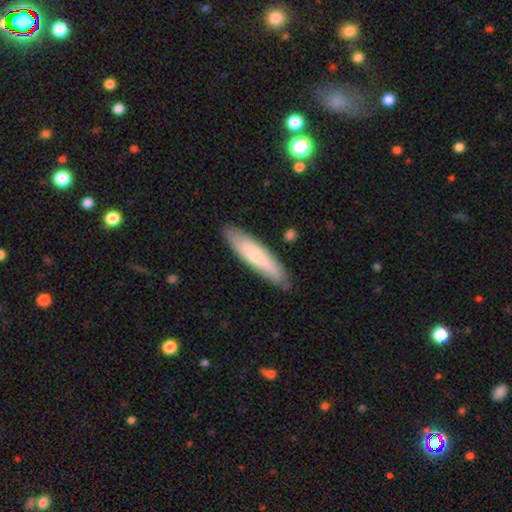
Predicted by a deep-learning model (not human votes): smooth_or_featured: smooth (p=0.69) [alt: featured or disk p=0.26]
how_rounded: cigar-shaped (p=0.80) [alt: in between p=0.19]
merging: none (p=0.84) [alt: minor disturbance p=0.12]